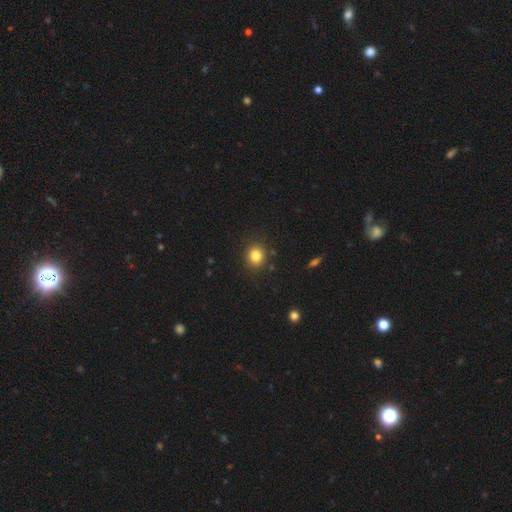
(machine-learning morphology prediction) smooth_or_featured: smooth (p=0.82) [alt: star or artifact p=0.12]
how_rounded: round (p=0.78) [alt: in between p=0.21]
merging: none (p=0.88) [alt: minor disturbance p=0.08]